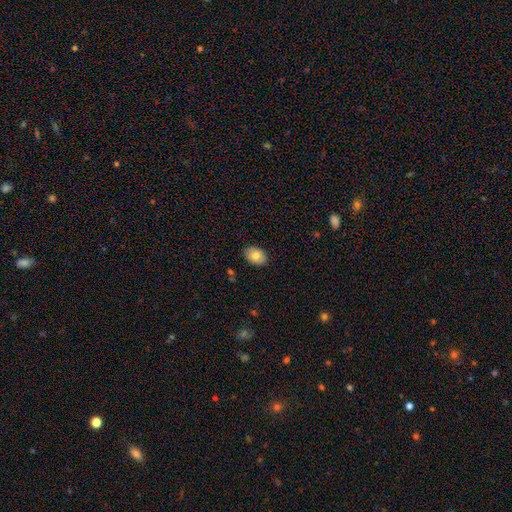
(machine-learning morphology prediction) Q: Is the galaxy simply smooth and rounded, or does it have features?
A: smooth — 78%.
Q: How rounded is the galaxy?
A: in between — 79%.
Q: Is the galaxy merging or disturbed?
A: none — 86%.